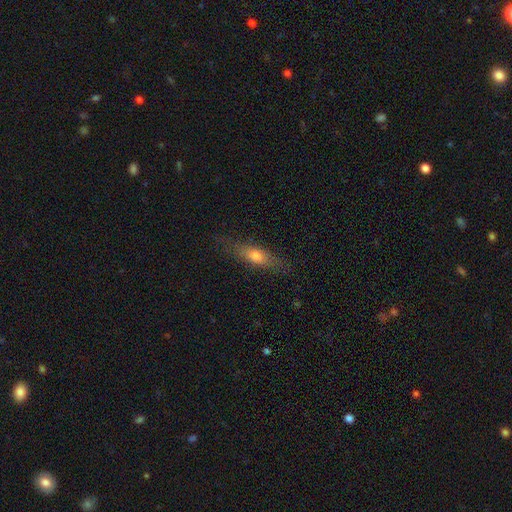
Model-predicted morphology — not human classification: Smooth or featured? Predicted: smooth (p=0.64). How rounded? Predicted: cigar-shaped (p=0.50). Merging? Predicted: none (p=0.76).